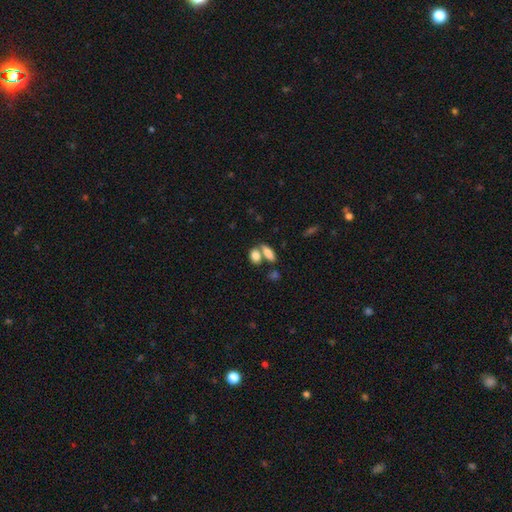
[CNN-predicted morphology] A smooth galaxy with no disk features (83%) that is in between round and cigar-shaped (80%).

Vote fractions:
- Smooth or featured? smooth: 83% / featured or disk: 9% / star or artifact: 8%
- How rounded? in between: 80% / round: 15% / cigar-shaped: 5%
- Merging? merger: 44% / none: 42% / minor disturbance: 9% / major disturbance: 4%